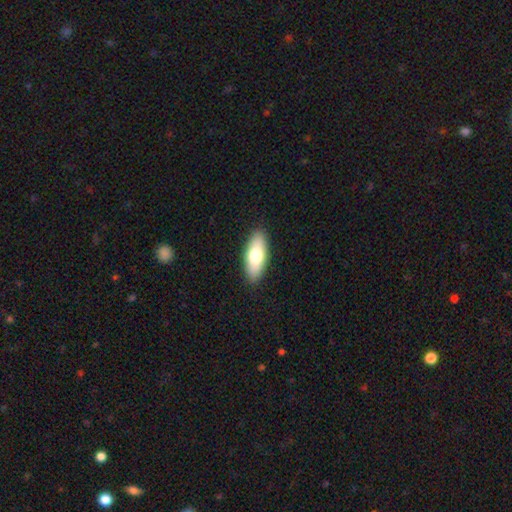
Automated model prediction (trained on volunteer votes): Smooth or featured: smooth — 71% (featured or disk — 23%)
How rounded: in between — 75% (cigar-shaped — 23%)
Merging: none — 90% (minor disturbance — 7%)